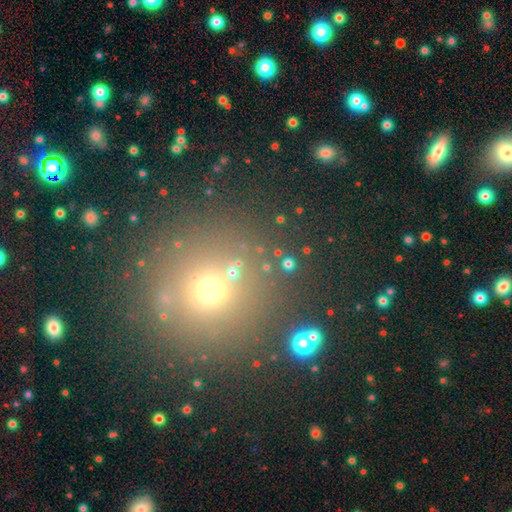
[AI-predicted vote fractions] Q: Smooth or featured?
A: smooth (54%); runner-up: star or artifact (35%)
Q: How rounded?
A: round (92%); runner-up: in between (7%)
Q: Merging?
A: none (81%); runner-up: minor disturbance (9%)